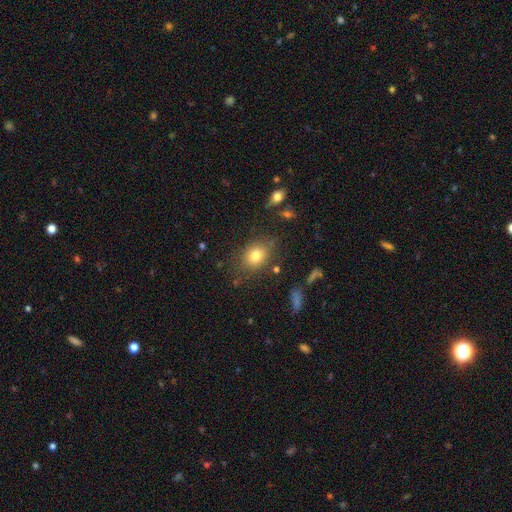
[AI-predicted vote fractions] Smooth or featured?
  - smooth: 78% *
  - star or artifact: 12%
  - featured or disk: 10%
How rounded?
  - round: 51% *
  - in between: 47%
  - cigar-shaped: 1%
Merging?
  - none: 77% *
  - minor disturbance: 14%
  - major disturbance: 5%
  - merger: 3%